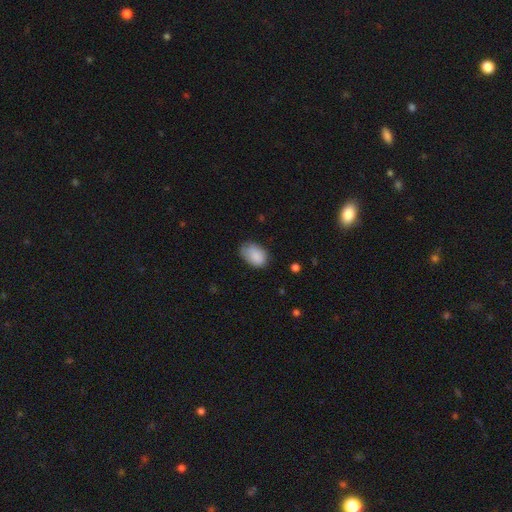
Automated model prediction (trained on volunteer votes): smooth-or-featured: smooth: 86% | star or artifact: 7% | featured or disk: 7%
  how-rounded: in between: 86% | round: 13% | cigar-shaped: 1%
  merging: none: 61% | minor disturbance: 30% | major disturbance: 7% | merger: 2%